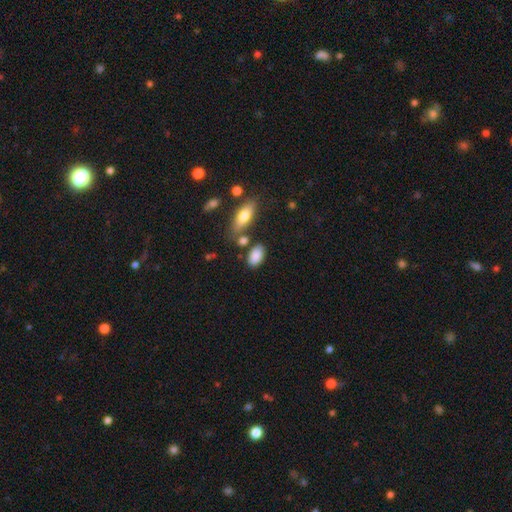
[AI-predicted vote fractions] This appears to be a smooth galaxy with no disk features (87%) that is in between round and cigar-shaped (90%). Merging: none (72%).